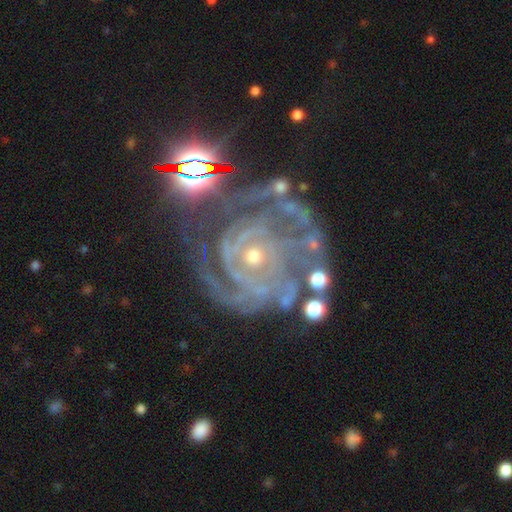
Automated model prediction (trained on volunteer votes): A featured or disk galaxy (87%) with no bar (71%), 2 (25%) tight (75%) spiral arms (96%) and a small central bulge (80%). Merging: none (62%).